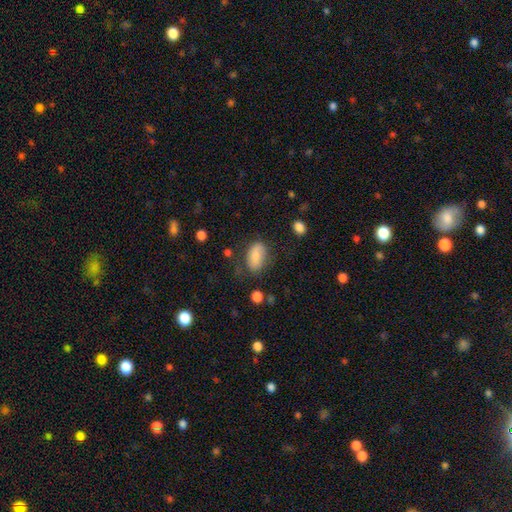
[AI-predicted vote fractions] Smooth or featured?
  - smooth: 78% *
  - featured or disk: 15%
  - star or artifact: 7%
How rounded?
  - in between: 91% *
  - round: 7%
  - cigar-shaped: 2%
Merging?
  - none: 64% *
  - minor disturbance: 24%
  - major disturbance: 9%
  - merger: 3%